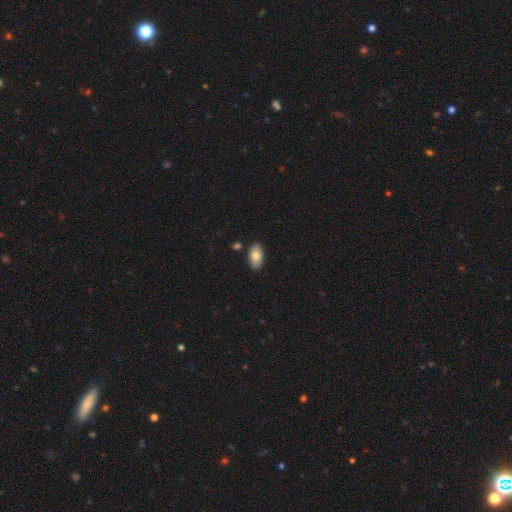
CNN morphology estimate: smooth 80%, featured or disk 13%, star or artifact 7%. Down the decision tree: how rounded — in between (94%); merging — none (86%).